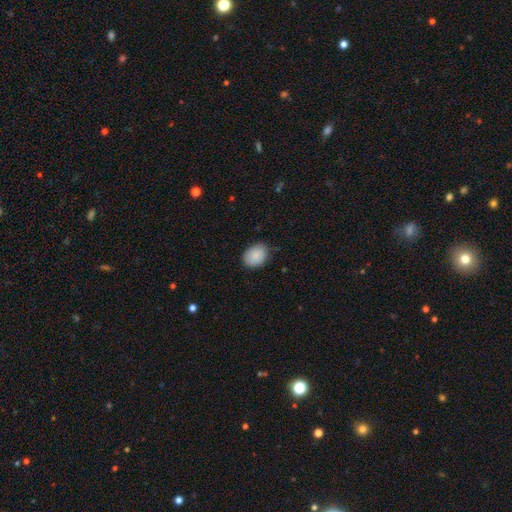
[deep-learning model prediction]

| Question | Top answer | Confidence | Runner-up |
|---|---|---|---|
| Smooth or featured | smooth | 87% | star or artifact (7%) |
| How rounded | in between | 65% | round (34%) |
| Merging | none | 77% | minor disturbance (19%) |